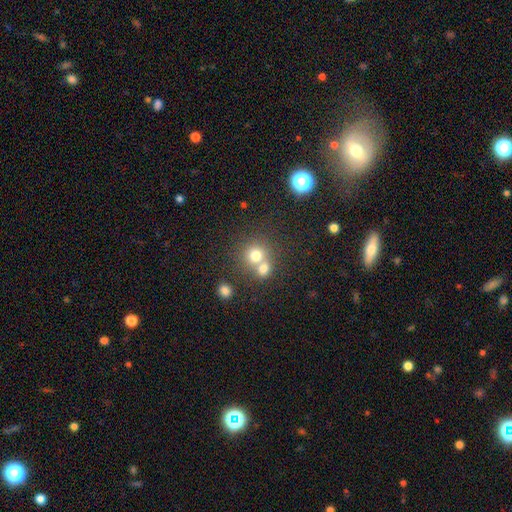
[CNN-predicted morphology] A smooth galaxy with no disk features (73%) that is round (85%). Merging: merger (51%).